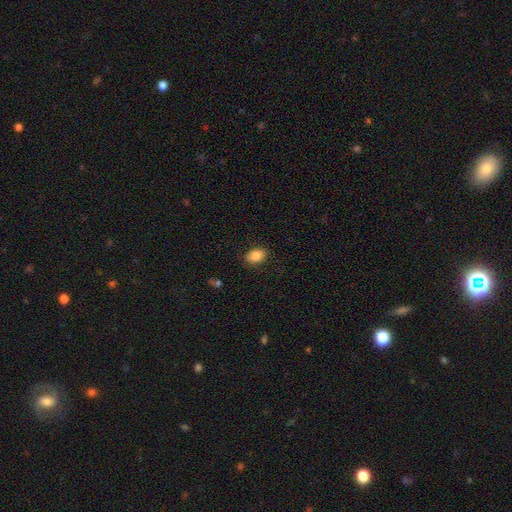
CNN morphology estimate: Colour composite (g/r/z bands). It shows a smooth galaxy with no disk features (84%) that is in between round and cigar-shaped (80%). Merging: none (87%).